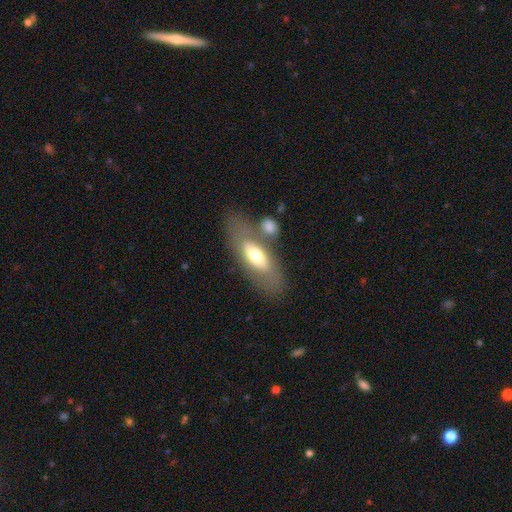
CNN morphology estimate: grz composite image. It shows a smooth galaxy with no disk features (57%) that is in between round and cigar-shaped (75%). Merging: none (56%).